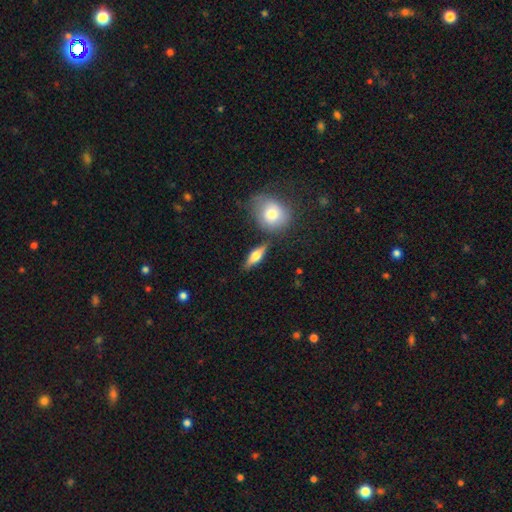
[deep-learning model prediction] featured or disk 48%, smooth 45%, star or artifact 7%. Down the decision tree: merging — none (80%).